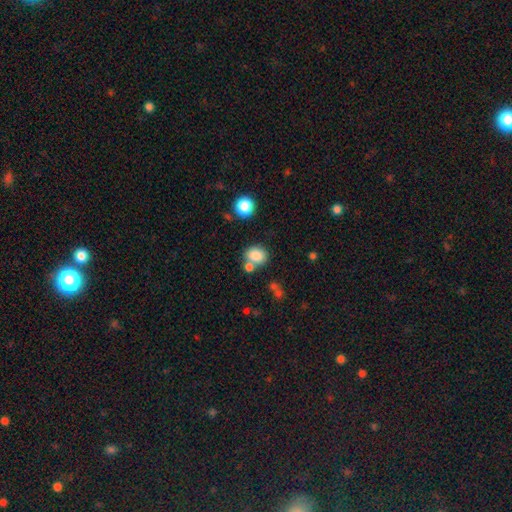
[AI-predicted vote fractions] smooth 82%, star or artifact 10%, featured or disk 8%. Down the decision tree: how rounded — round (52%); merging — none (56%).